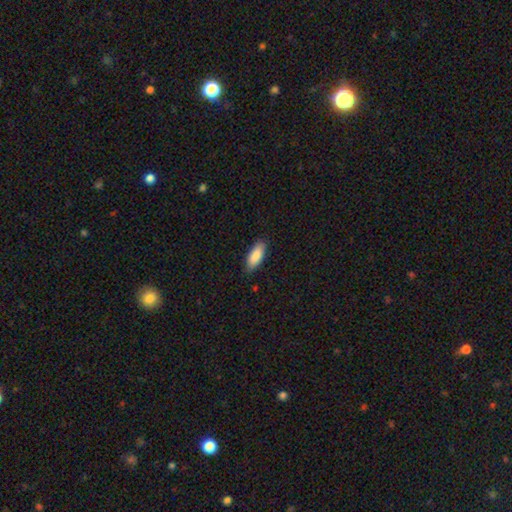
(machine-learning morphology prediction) Smooth or featured: smooth — 87% (featured or disk — 7%)
How rounded: in between — 78% (cigar-shaped — 20%)
Merging: none — 84% (minor disturbance — 12%)